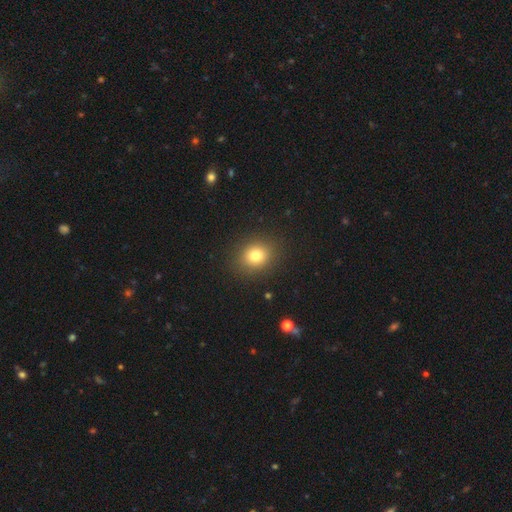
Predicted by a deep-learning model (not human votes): The model was most divided on "how rounded": round: 72%, in between: 28%, cigar-shaped: 1%. More confident: merging — none (88%); smooth or featured — smooth (78%).